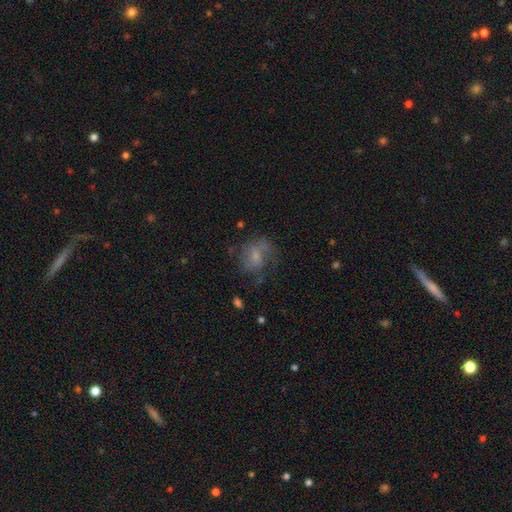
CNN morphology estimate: featured or disk 50%, smooth 39%, star or artifact 11%. Down the decision tree: edge-on disk — no (97%); merging — none (49%).